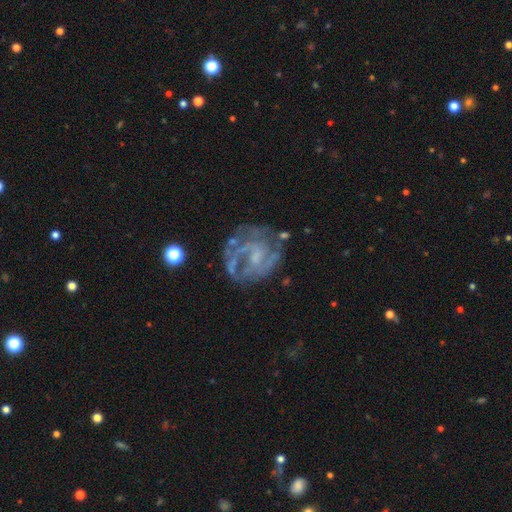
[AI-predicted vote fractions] Smooth or featured?
  - featured or disk: 82% *
  - smooth: 11%
  - star or artifact: 8%
Edge-on disk?
  - no: 98% *
  - yes: 2%
Bar?
  - no: 47% *
  - weak: 42%
  - strong: 11%
Spiral arms?
  - yes: 80% *
  - no: 20%
Spiral winding?
  - tight: 44% *
  - medium: 41%
  - loose: 15%
Spiral arm count?
  - 2: 38% *
  - can't tell: 32%
  - 3: 16%
  - 1: 7%
  - 4: 4%
  - more than 4: 4%
Bulge size?
  - small: 41% *
  - none: 30%
  - moderate: 25%
  - large: 2%
  - dominant: 1%
Merging?
  - none: 60% *
  - minor disturbance: 20%
  - major disturbance: 17%
  - merger: 4%